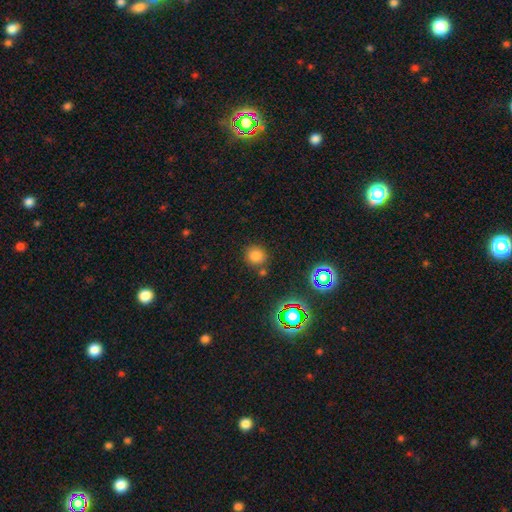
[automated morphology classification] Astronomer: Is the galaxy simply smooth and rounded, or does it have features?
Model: smooth — 76%.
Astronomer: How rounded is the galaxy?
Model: round — 89%.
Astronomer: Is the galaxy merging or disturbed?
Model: none — 81%.